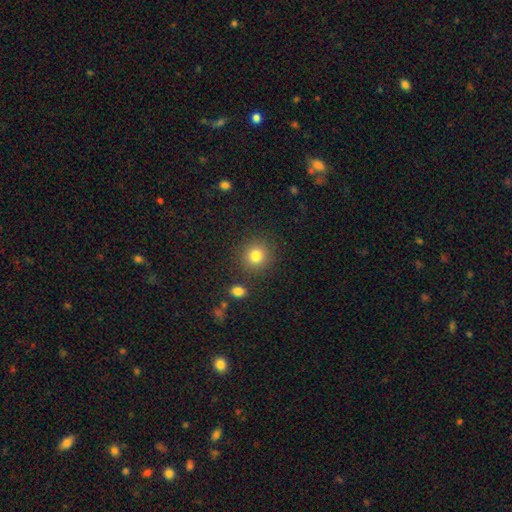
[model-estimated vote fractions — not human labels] A smooth galaxy with no disk features (82%) that is round (90%).

Vote fractions:
- Smooth or featured? smooth: 82% / star or artifact: 12% / featured or disk: 6%
- How rounded? round: 90% / in between: 9% / cigar-shaped: 1%
- Merging? none: 87% / minor disturbance: 7% / merger: 3% / major disturbance: 3%